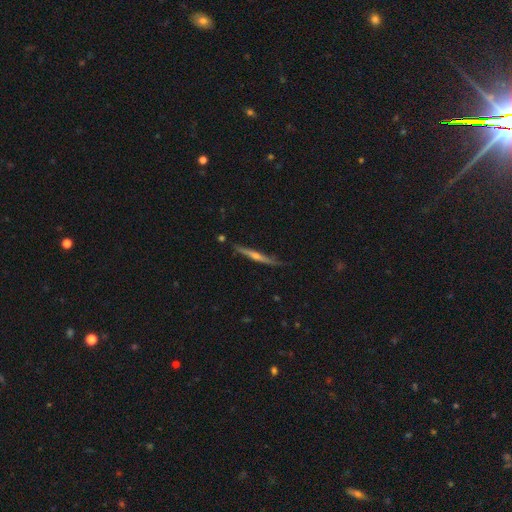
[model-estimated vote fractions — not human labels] This appears to be a featured or disk galaxy (67%) viewed edge-on (97%) with a rounded central bulge (70%). Merging: none (81%).